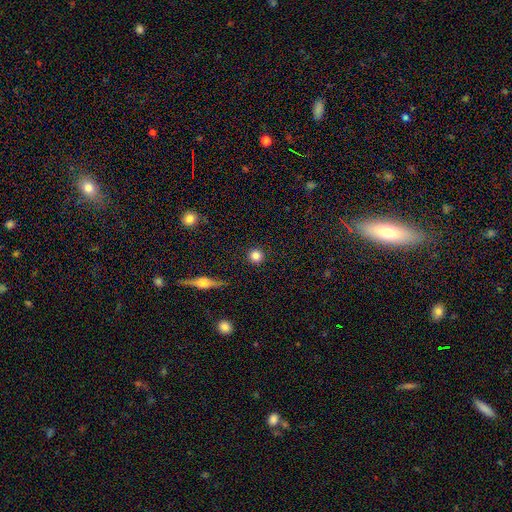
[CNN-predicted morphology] A smooth galaxy with no disk features (84%) that is round (95%).

Vote fractions:
- Smooth or featured? smooth: 84% / star or artifact: 10% / featured or disk: 6%
- How rounded? round: 95% / in between: 4% / cigar-shaped: 1%
- Merging? none: 91% / minor disturbance: 5% / major disturbance: 2% / merger: 1%